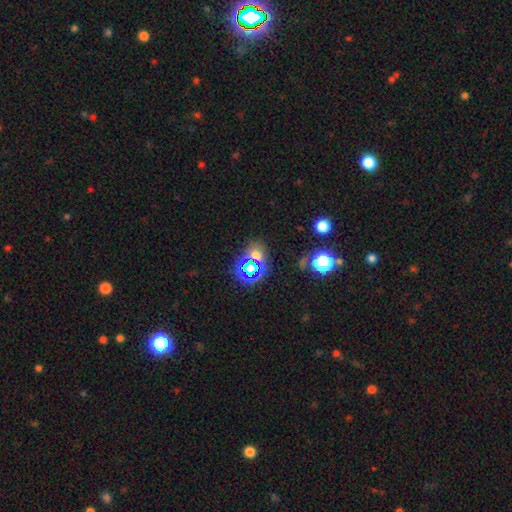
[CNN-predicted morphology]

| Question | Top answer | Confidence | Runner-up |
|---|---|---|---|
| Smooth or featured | star or artifact | 50% | smooth (38%) |